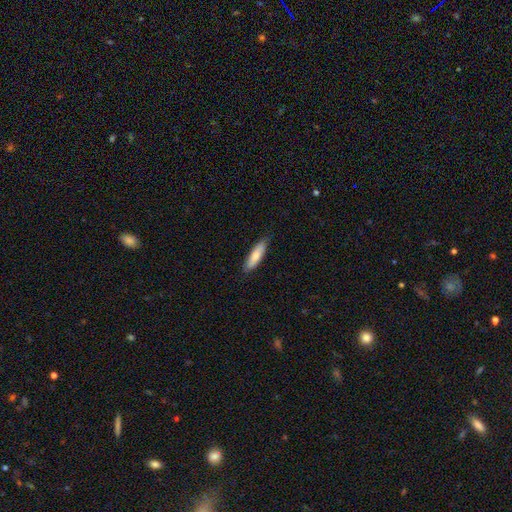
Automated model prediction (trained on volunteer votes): The model was most divided on "how rounded": cigar-shaped: 65%, in between: 34%, round: 1%. More confident: merging — none (81%); smooth or featured — smooth (77%).